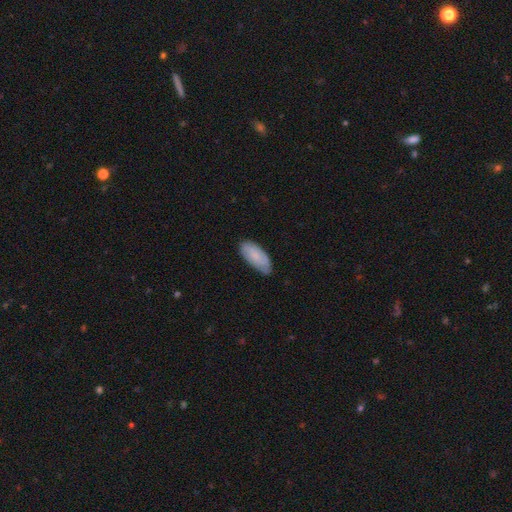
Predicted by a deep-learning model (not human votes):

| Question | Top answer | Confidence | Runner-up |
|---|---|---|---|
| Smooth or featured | smooth | 72% | featured or disk (22%) |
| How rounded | in between | 87% | cigar-shaped (11%) |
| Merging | none | 77% | minor disturbance (18%) |